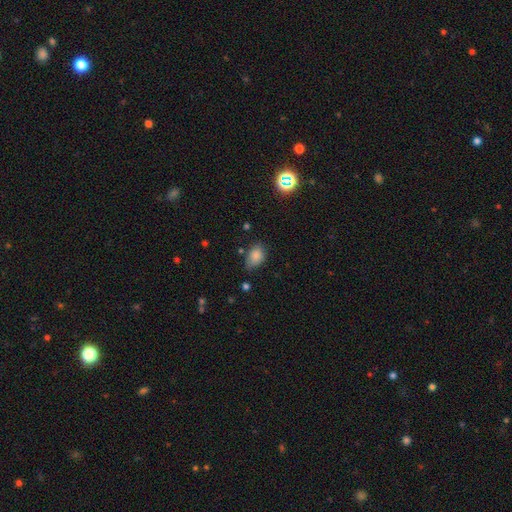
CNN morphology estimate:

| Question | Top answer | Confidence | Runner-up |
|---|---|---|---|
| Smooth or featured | smooth | 82% | star or artifact (11%) |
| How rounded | in between | 83% | round (16%) |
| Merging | none | 59% | minor disturbance (32%) |